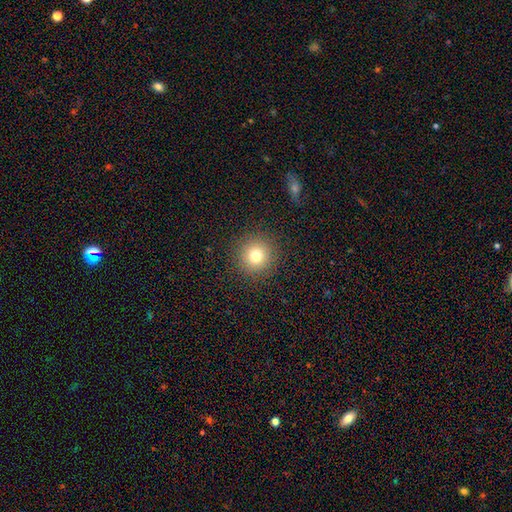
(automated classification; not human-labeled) Smooth or featured? Predicted: smooth (p=0.77). How rounded? Predicted: round (p=0.95). Merging? Predicted: none (p=0.90).